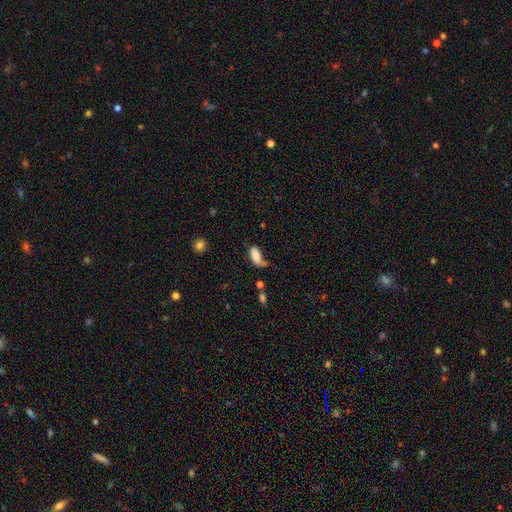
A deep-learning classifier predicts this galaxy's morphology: Overall: smooth (82%). How rounded: in between (90%). Merging: none (40%; minor disturbance 28%).